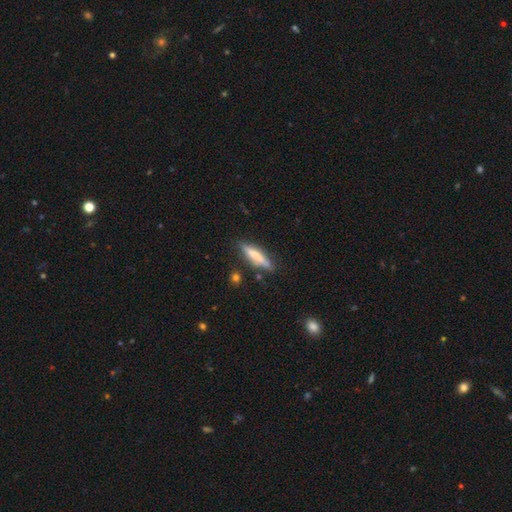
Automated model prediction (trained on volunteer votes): This is likely a smooth galaxy (61%). How rounded: clearly cigar-shaped (82%). Merging: likely none (79%).